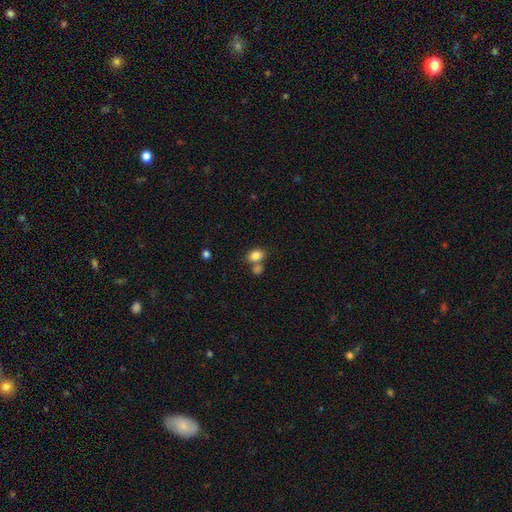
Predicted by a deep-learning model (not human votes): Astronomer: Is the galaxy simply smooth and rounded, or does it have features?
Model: smooth — 83%.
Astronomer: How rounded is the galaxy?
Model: in between — 59% (runner-up: round, 40%).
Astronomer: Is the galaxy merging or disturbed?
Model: none — 51% (runner-up: merger, 33%).